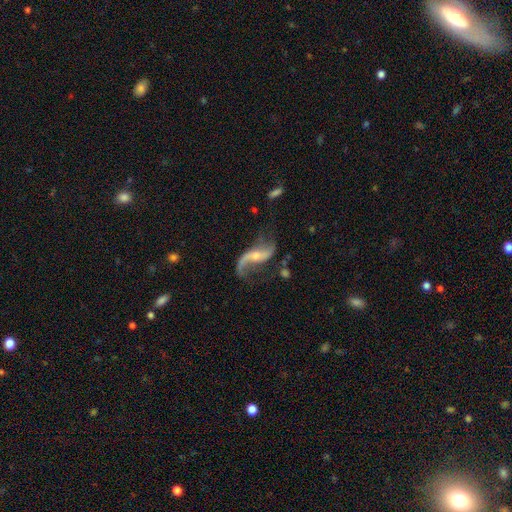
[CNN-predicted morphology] Smooth or featured: featured or disk — 89% (smooth — 6%)
Edge-on disk: no — 95% (yes — 5%)
Bar: no — 47% (weak — 33%)
Spiral arms: yes — 96% (no — 4%)
Spiral winding: loose — 90% (medium — 8%)
Spiral arm count: 2 — 91% (1 — 5%)
Bulge size: small — 57% (moderate — 35%)
Merging: none — 63% (minor disturbance — 18%)